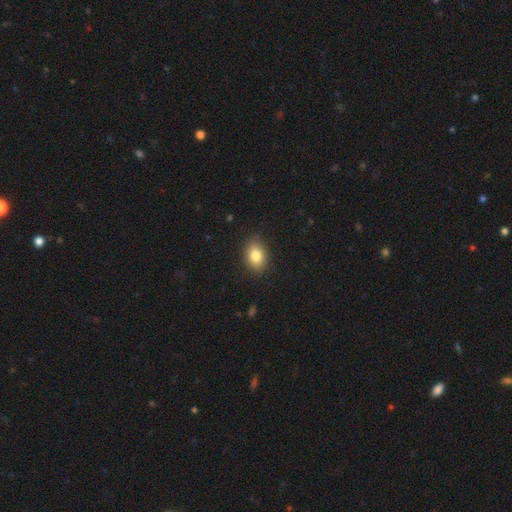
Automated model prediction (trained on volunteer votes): smooth-or-featured: smooth: 83% | star or artifact: 9% | featured or disk: 8%
  how-rounded: in between: 75% | round: 24% | cigar-shaped: 1%
  merging: none: 86% | minor disturbance: 10% | major disturbance: 2% | merger: 1%